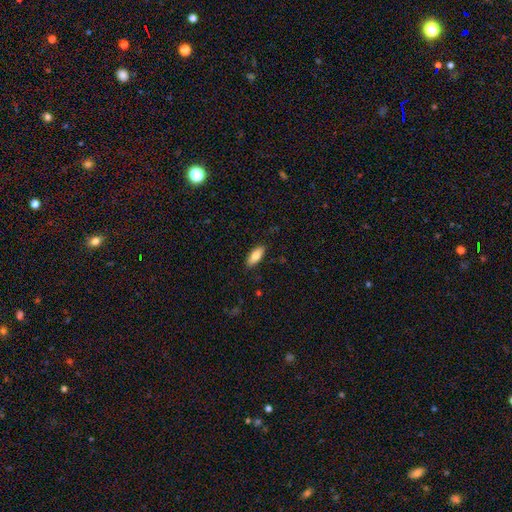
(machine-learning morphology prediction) smooth-or-featured: smooth: 82% | featured or disk: 12% | star or artifact: 6%
  how-rounded: in between: 81% | cigar-shaped: 17% | round: 2%
  merging: none: 88% | minor disturbance: 9% | major disturbance: 2% | merger: 1%